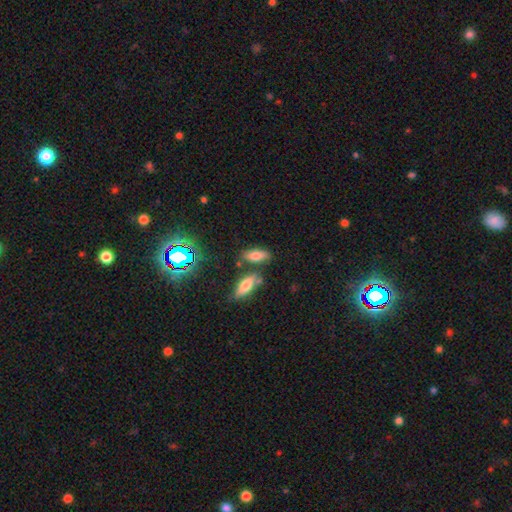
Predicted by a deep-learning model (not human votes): smooth_or_featured: smooth (p=0.70) [alt: featured or disk p=0.17]
how_rounded: in between (p=0.75) [alt: cigar-shaped p=0.20]
merging: none (p=0.67) [alt: merger p=0.15]